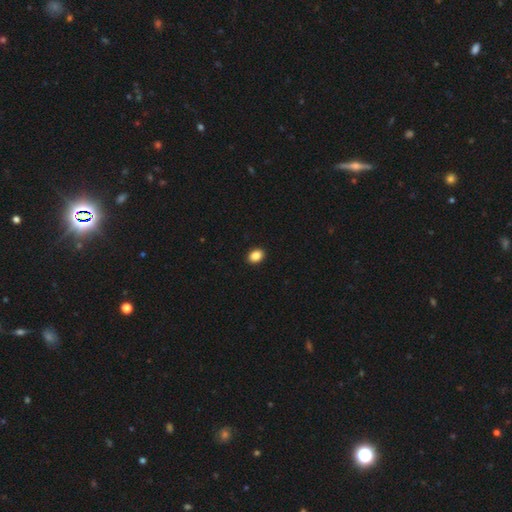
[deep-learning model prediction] A smooth galaxy with no disk features (88%) that is in between round and cigar-shaped (65%).

Vote fractions:
- Smooth or featured? smooth: 88% / star or artifact: 9% / featured or disk: 3%
- How rounded? in between: 65% / round: 34% / cigar-shaped: 1%
- Merging? none: 92% / minor disturbance: 5% / major disturbance: 2% / merger: 1%